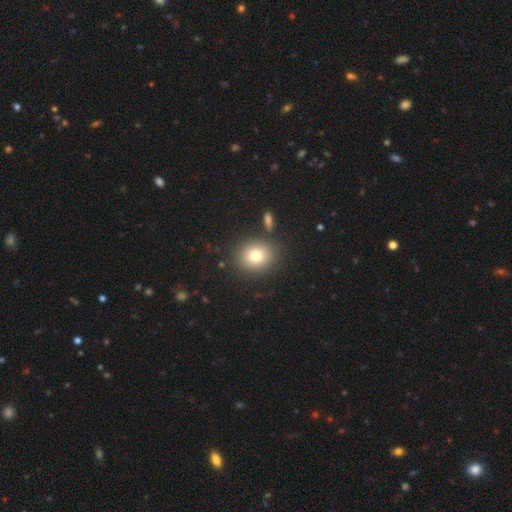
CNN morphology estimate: Q: Smooth or featured?
A: smooth (79%); runner-up: star or artifact (11%)
Q: How rounded?
A: round (68%); runner-up: in between (31%)
Q: Merging?
A: none (83%); runner-up: minor disturbance (9%)